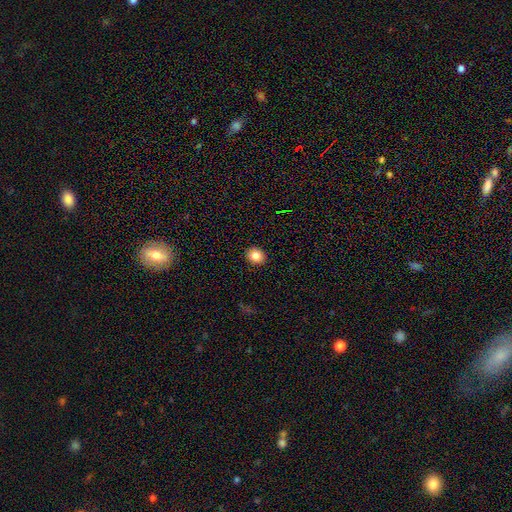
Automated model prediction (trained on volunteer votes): Q: Smooth or featured?
A: smooth (83%); runner-up: star or artifact (11%)
Q: How rounded?
A: round (73%); runner-up: in between (26%)
Q: Merging?
A: none (92%); runner-up: minor disturbance (6%)